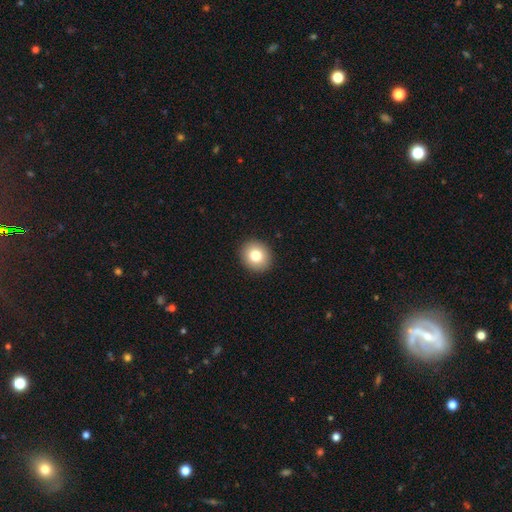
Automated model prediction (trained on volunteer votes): Morphology: type=smooth (80%); roundness=round (78%); merging=none (92%).